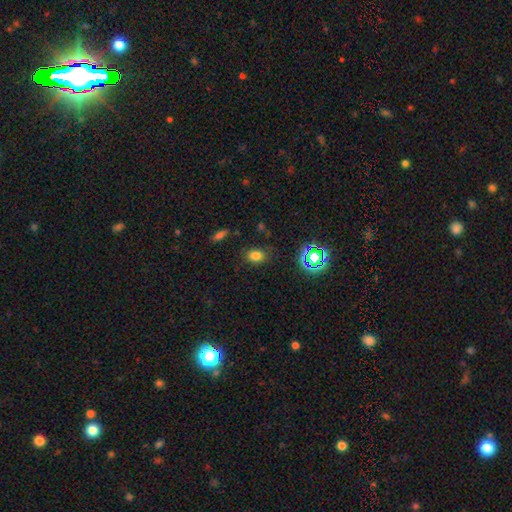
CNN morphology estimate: smooth_or_featured: smooth (p=0.74) [alt: star or artifact p=0.19]
how_rounded: in between (p=0.66) [alt: round p=0.32]
merging: none (p=0.79) [alt: minor disturbance p=0.14]